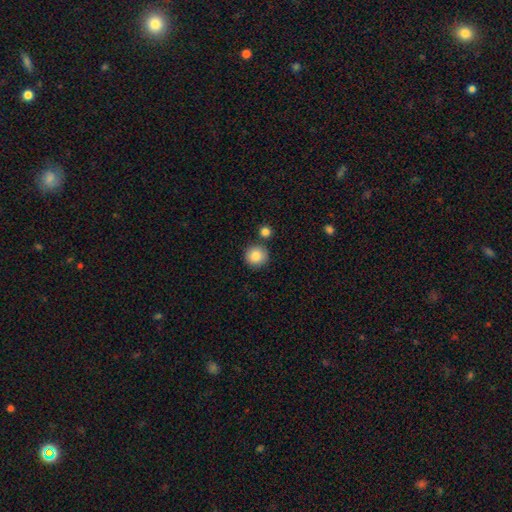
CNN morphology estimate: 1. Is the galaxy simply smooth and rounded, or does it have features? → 86% smooth, 8% star or artifact, 5% featured or disk.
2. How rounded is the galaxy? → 93% round, 6% in between, 1% cigar-shaped.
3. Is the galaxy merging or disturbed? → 80% none, 9% merger, 8% minor disturbance, 2% major disturbance.